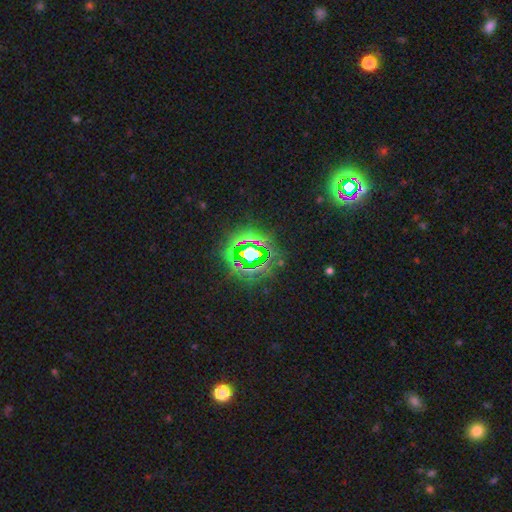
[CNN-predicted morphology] A star or artifact, not a galaxy (77%).